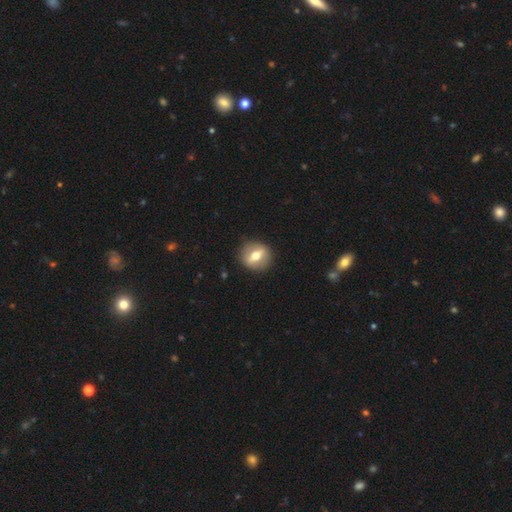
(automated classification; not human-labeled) A featured or disk galaxy (46%, tied with smooth).

Vote fractions:
- Smooth or featured? featured or disk: 46% (tied) / smooth: 46% (tied) / star or artifact: 8%
- Merging? none: 89% / minor disturbance: 8% / major disturbance: 3% / merger: 1%